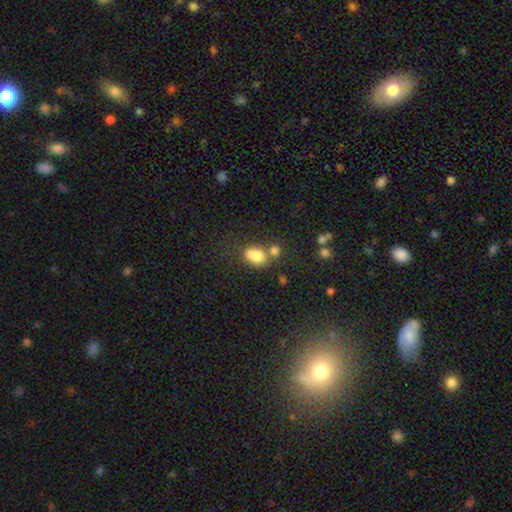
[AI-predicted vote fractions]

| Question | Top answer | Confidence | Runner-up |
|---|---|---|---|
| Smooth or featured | smooth | 82% | star or artifact (10%) |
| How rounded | in between | 81% | round (17%) |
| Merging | none | 41% | merger (34%) |